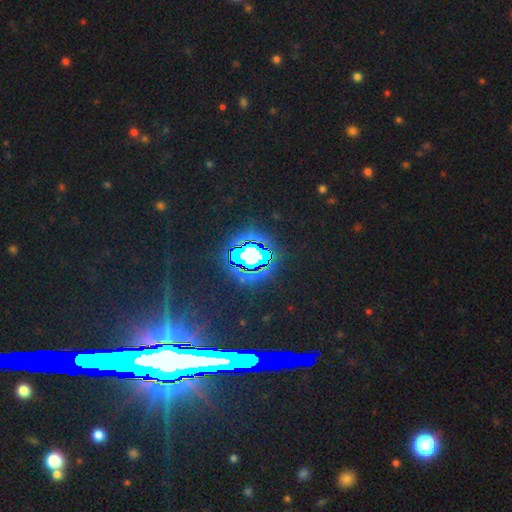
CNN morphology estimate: star or artifact 78%, featured or disk 11%, smooth 10%.